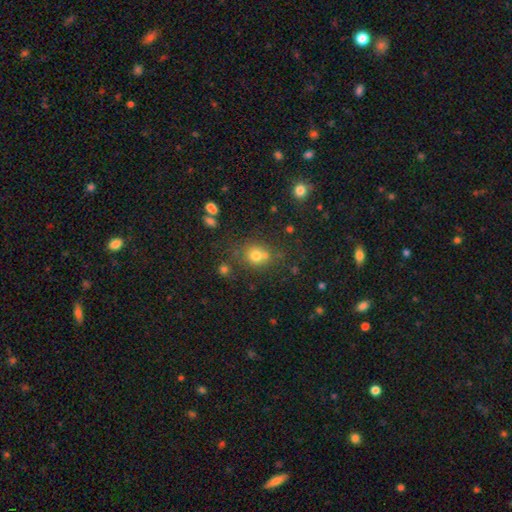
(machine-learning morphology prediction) Smooth or featured? Predicted: smooth (p=0.73). How rounded? Predicted: round (p=0.77). Merging? Predicted: none (p=0.56).